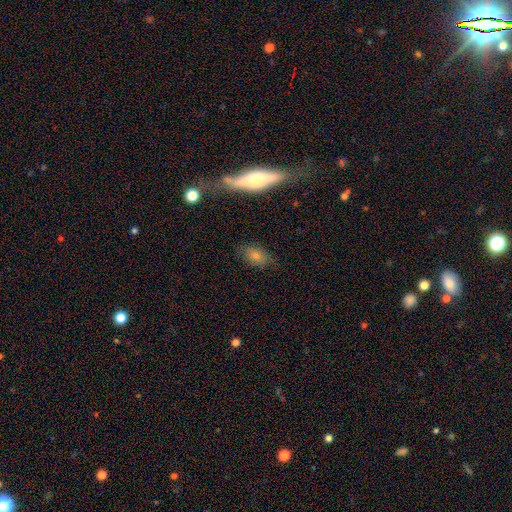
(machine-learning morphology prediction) Smooth or featured? Predicted: smooth (p=0.65). How rounded? Predicted: in between (p=0.75). Merging? Predicted: none (p=0.74).